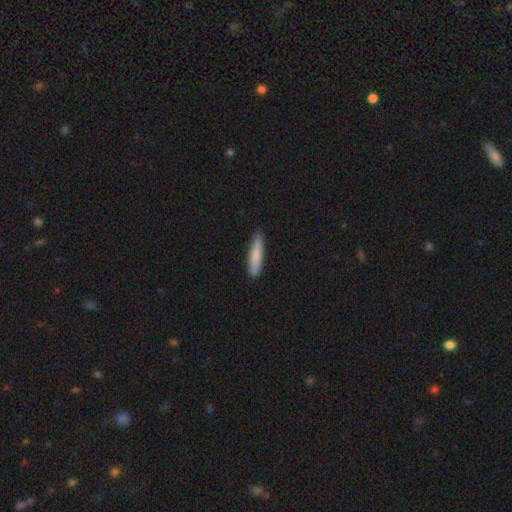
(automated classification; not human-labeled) This appears to be a smooth galaxy with no disk features (83%) that is cigar-shaped (87%). Merging: none (79%).